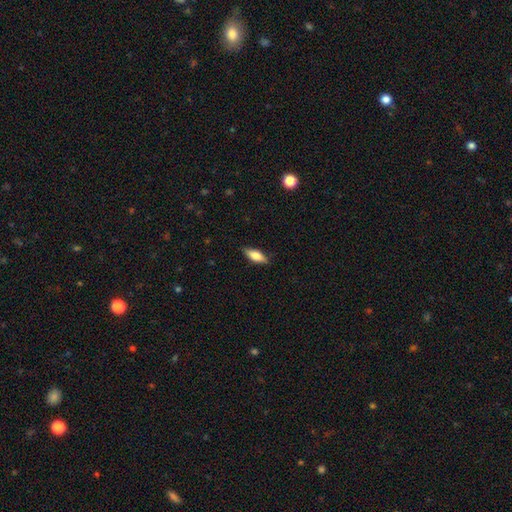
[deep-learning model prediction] Smooth or featured: smooth — 67% (featured or disk — 26%)
How rounded: in between — 65% (cigar-shaped — 32%)
Merging: none — 86% (minor disturbance — 11%)